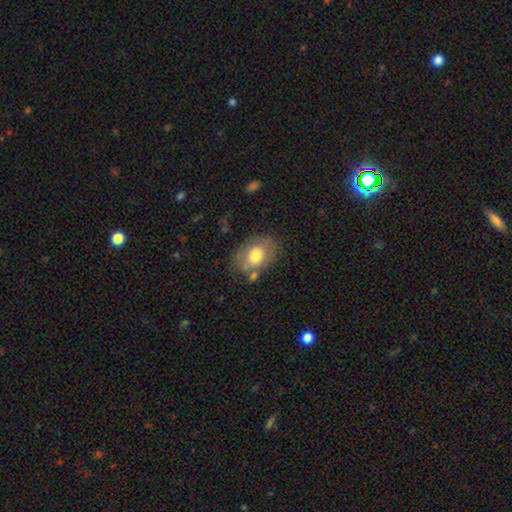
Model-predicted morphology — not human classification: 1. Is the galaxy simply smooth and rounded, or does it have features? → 72% smooth, 21% featured or disk, 8% star or artifact.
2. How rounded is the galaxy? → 76% in between, 23% round, 1% cigar-shaped.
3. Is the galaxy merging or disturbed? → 65% none, 19% minor disturbance, 8% merger, 7% major disturbance.